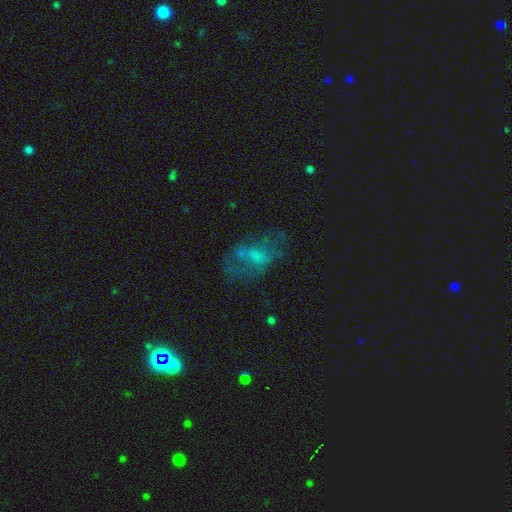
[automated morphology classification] Smooth or featured?
  - featured or disk: 45% *
  - smooth: 32%
  - star or artifact: 23%
Merging?
  - none: 49% *
  - major disturbance: 29%
  - minor disturbance: 19%
  - merger: 3%